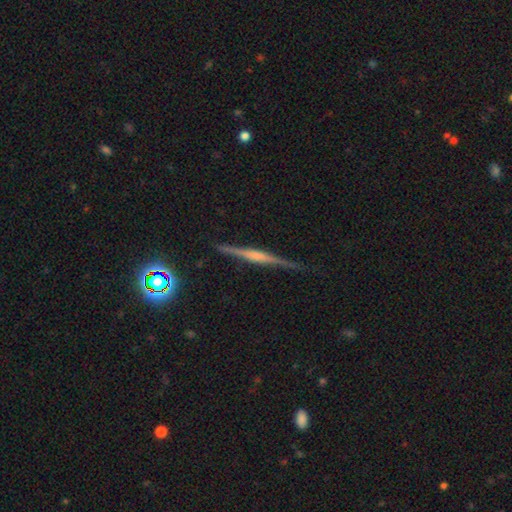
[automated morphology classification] type=featured or disk (77%); edge-on=yes (98%); edge-on bulge=rounded (48%); merging=none (88%).